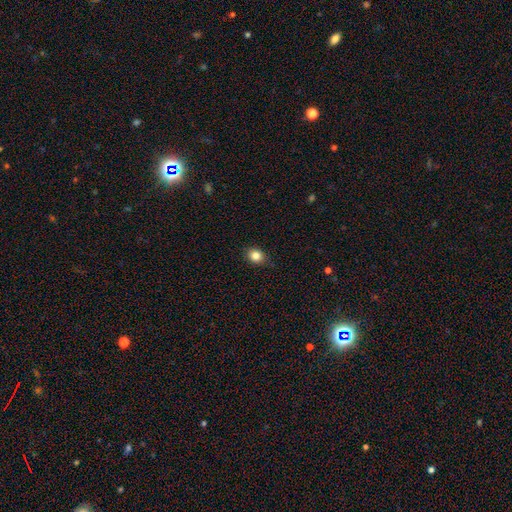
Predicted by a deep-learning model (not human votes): Smooth or featured: smooth — 85% (star or artifact — 10%)
How rounded: round — 61% (in between — 38%)
Merging: none — 86% (minor disturbance — 10%)